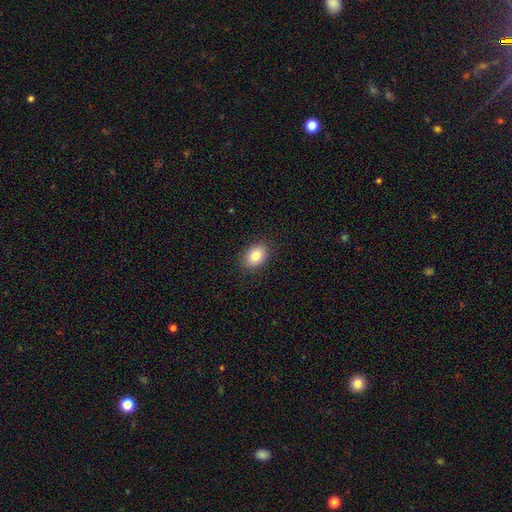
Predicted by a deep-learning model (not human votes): This appears to be a smooth galaxy with no disk features (83%) that is in between round and cigar-shaped (76%). Merging: none (88%).